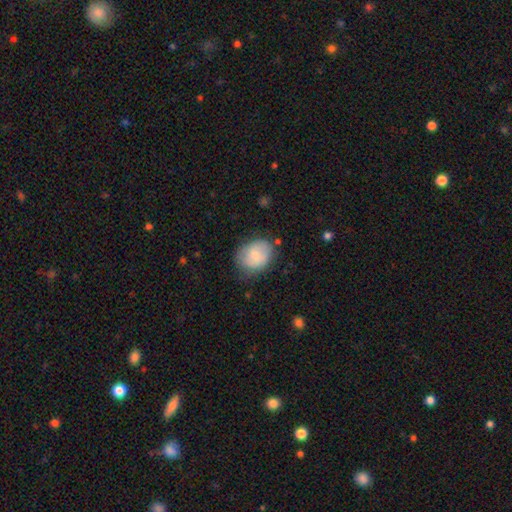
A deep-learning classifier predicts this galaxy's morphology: type=smooth (74%); roundness=in between (54%); merging=none (65%).